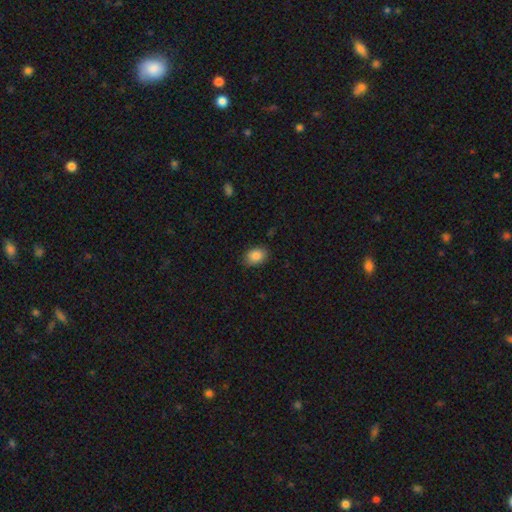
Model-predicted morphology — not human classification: smooth 87%, star or artifact 8%, featured or disk 5%. Down the decision tree: how rounded — in between (73%); merging — none (84%).